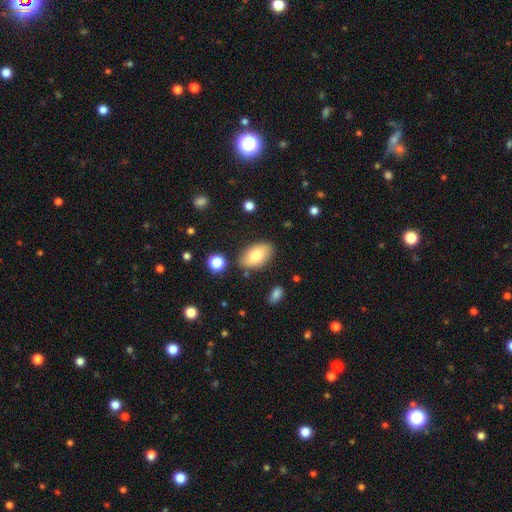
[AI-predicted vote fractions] Smooth or featured? smooth (76%)
How rounded? in between (92%)
Merging? none (81%)